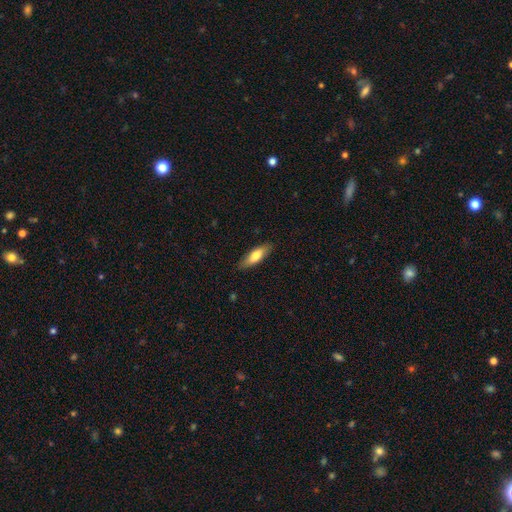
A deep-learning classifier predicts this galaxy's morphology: Smooth or featured? Predicted: smooth (p=0.73). How rounded? Predicted: in between (p=0.50). Merging? Predicted: none (p=0.86).